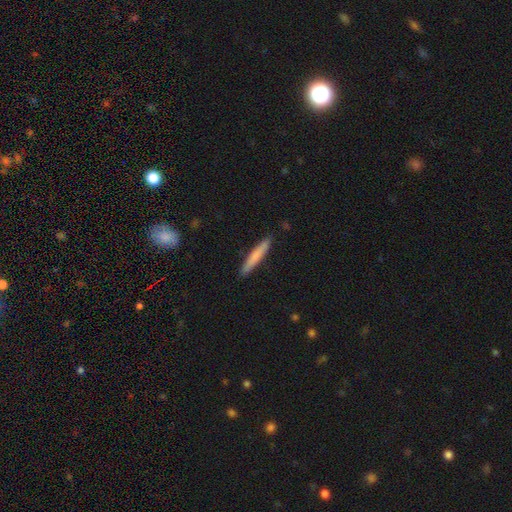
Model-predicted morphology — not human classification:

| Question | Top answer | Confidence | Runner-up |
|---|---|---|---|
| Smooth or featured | smooth | 73% | featured or disk (21%) |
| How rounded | cigar-shaped | 95% | in between (4%) |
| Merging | none | 89% | minor disturbance (8%) |